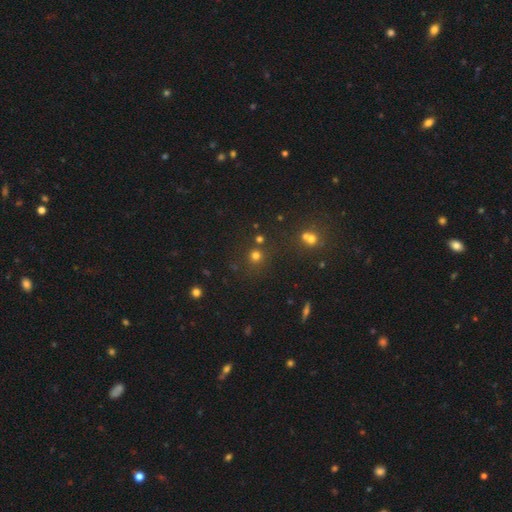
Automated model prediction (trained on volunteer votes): Smooth or featured? smooth (70%)
How rounded? round (92%)
Merging? none (77%)